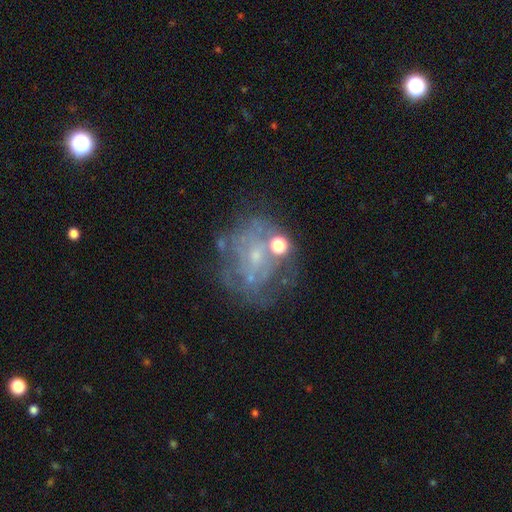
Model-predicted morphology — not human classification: Overall: featured or disk (64%). Edge-on disk: no (98%). Bar: no (74%). Spiral arms: no (60%; yes 40%). Bulge size: small (60%; none 20%). Merging: none (53%; major disturbance 20%).